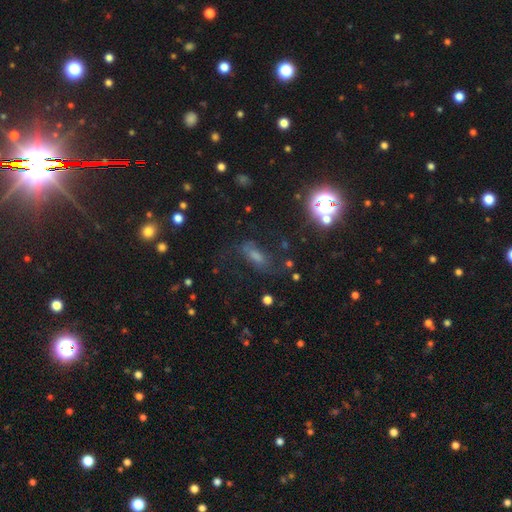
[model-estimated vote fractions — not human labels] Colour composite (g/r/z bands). It shows a smooth galaxy with no disk features (41%). Merging: none (63%).